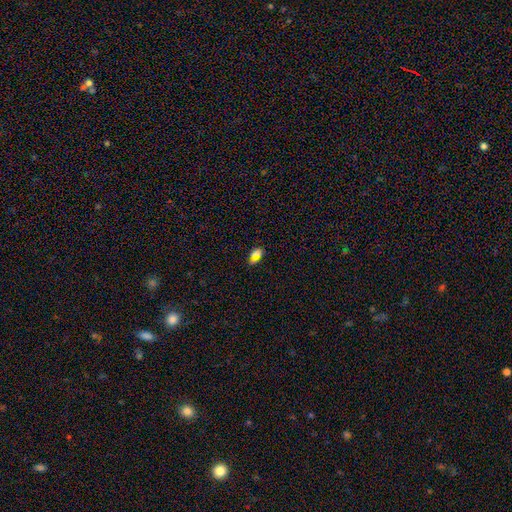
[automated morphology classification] smooth 66%, star or artifact 21%, featured or disk 14%. Down the decision tree: how rounded — in between (79%); merging — none (60%).